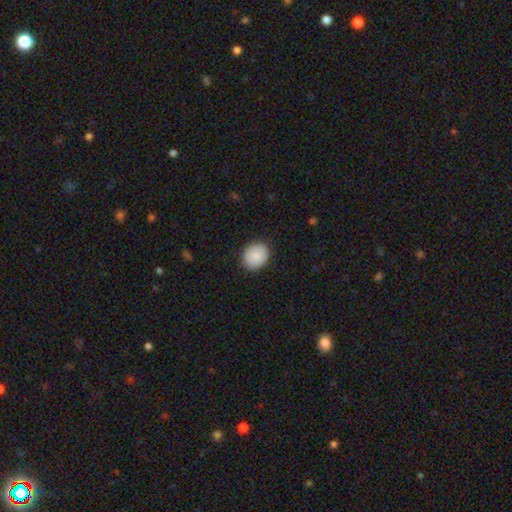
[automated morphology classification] This appears to be a smooth galaxy with no disk features (88%) that is round (64%). Merging: none (86%).